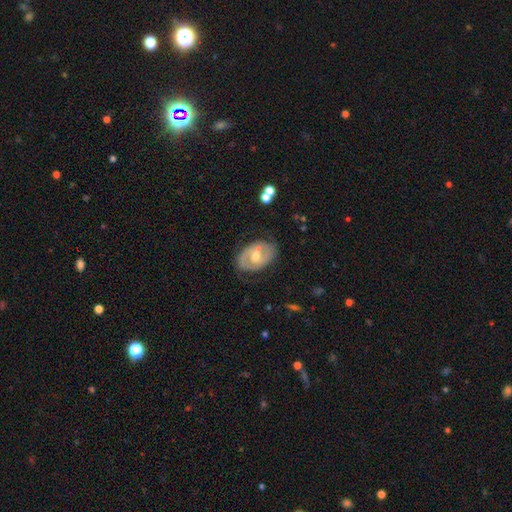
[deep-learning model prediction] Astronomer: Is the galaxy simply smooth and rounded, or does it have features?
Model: featured or disk — 67%.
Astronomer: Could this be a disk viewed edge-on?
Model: no — 95%.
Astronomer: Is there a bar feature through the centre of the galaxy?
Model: weak — 43% (runner-up: no, 42%).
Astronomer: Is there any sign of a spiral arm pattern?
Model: yes — 62% (runner-up: no, 38%).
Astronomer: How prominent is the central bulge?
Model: moderate — 71%.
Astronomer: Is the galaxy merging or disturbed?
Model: none — 71%.